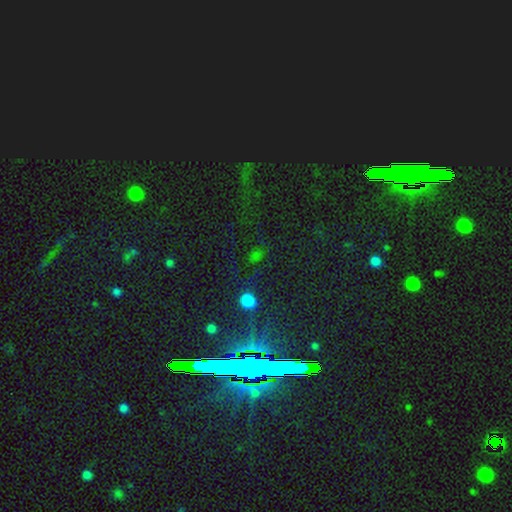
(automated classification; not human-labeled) Smooth or featured: star or artifact — 48% (smooth — 43%)